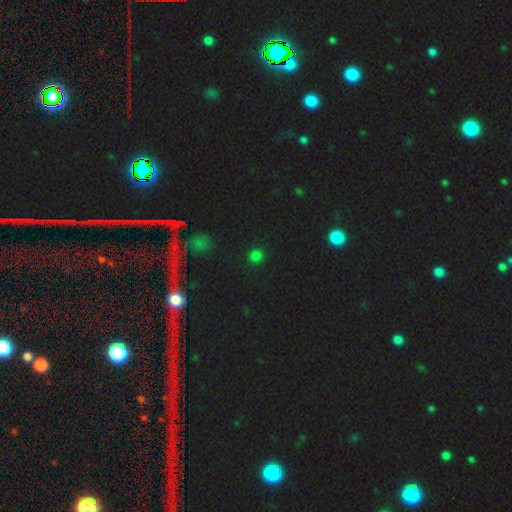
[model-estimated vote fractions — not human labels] Smooth or featured? smooth (70%)
How rounded? round (89%)
Merging? none (90%)